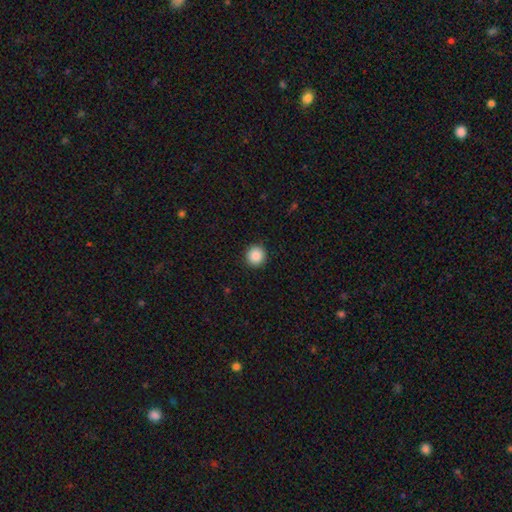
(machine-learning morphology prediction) A smooth galaxy with no disk features (88%) that is round (94%).

Vote fractions:
- Smooth or featured? smooth: 88% / star or artifact: 9% / featured or disk: 3%
- How rounded? round: 94% / in between: 5% / cigar-shaped: 1%
- Merging? none: 92% / minor disturbance: 5% / major disturbance: 2% / merger: 1%